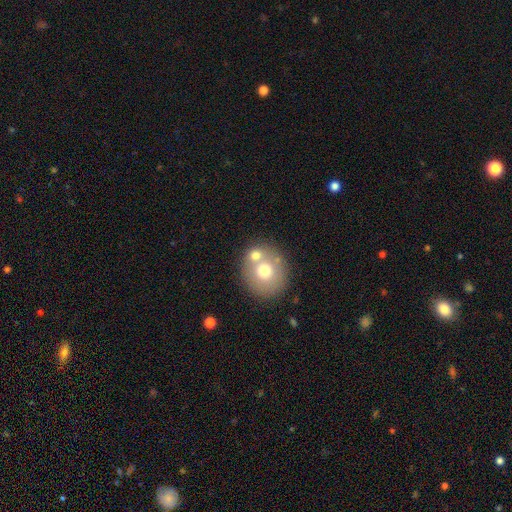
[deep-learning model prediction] A smooth galaxy with no disk features (67%) that is round (79%).

Vote fractions:
- Smooth or featured? smooth: 67% / featured or disk: 23% / star or artifact: 10%
- How rounded? round: 79% / in between: 20% / cigar-shaped: 1%
- Merging? none: 54% / merger: 33% / minor disturbance: 9% / major disturbance: 4%